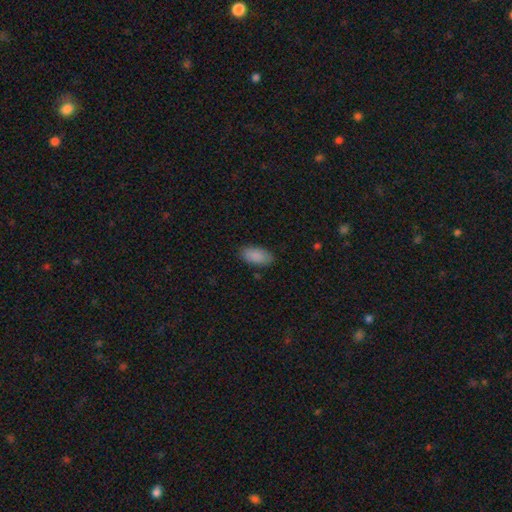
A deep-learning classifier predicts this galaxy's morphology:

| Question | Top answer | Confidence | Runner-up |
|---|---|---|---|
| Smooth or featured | smooth | 89% | star or artifact (7%) |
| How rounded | in between | 93% | cigar-shaped (5%) |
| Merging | none | 84% | minor disturbance (12%) |